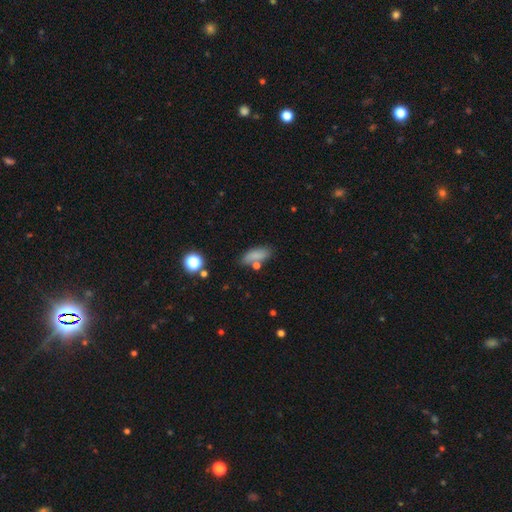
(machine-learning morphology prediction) This appears to be a smooth galaxy with no disk features (80%) that is in between round and cigar-shaped (75%). Merging: none (66%).